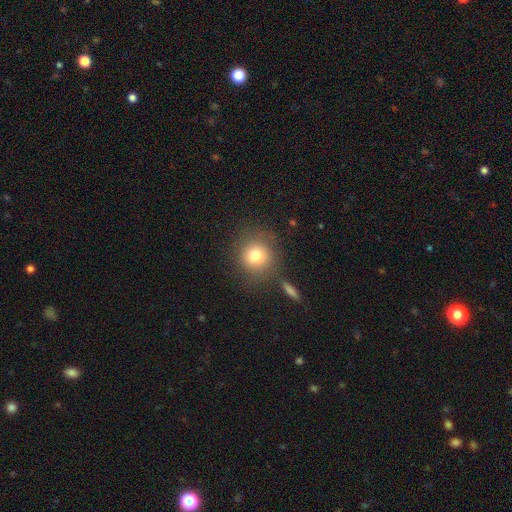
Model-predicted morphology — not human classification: This appears to be a smooth galaxy with no disk features (78%) that is round (88%). Merging: none (77%).